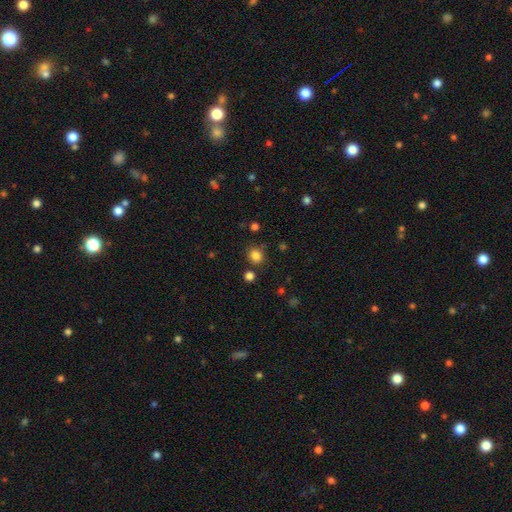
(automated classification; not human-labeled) Smooth or featured? Predicted: smooth (p=0.83). How rounded? Predicted: round (p=0.85). Merging? Predicted: none (p=0.80).